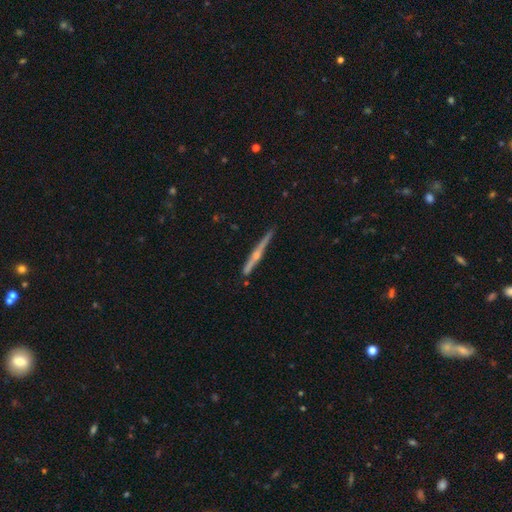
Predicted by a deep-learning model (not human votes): Smooth or featured?
  - featured or disk: 77% *
  - smooth: 18%
  - star or artifact: 6%
Edge-on disk?
  - yes: 98% *
  - no: 2%
Edge-on bulge?
  - rounded: 81% *
  - none: 13%
  - boxy: 6%
Merging?
  - none: 86% *
  - minor disturbance: 10%
  - merger: 2%
  - major disturbance: 2%